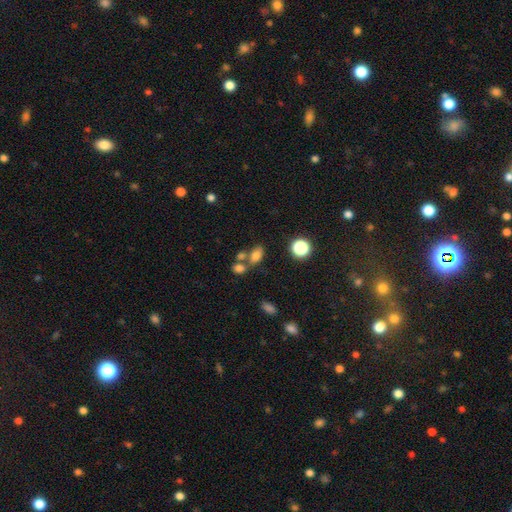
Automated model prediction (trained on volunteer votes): Morphology: type=smooth (75%); roundness=in between (84%); merging=none (50%).